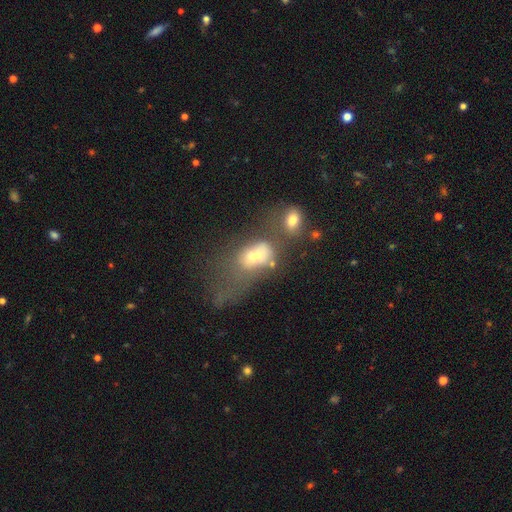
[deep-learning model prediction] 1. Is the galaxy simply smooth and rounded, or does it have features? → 57% smooth, 30% featured or disk, 14% star or artifact.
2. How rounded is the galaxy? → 79% in between, 18% round, 3% cigar-shaped.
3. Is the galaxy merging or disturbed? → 39% merger, 36% major disturbance, 13% none, 12% minor disturbance.